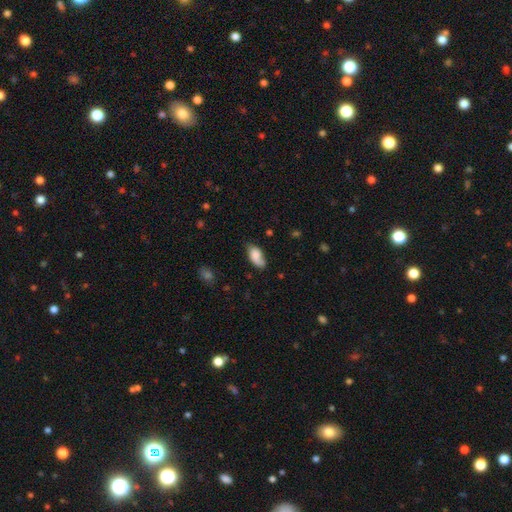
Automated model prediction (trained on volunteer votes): smooth-or-featured: smooth: 77% | featured or disk: 16% | star or artifact: 7%
  how-rounded: in between: 91% | cigar-shaped: 5% | round: 4%
  merging: none: 53% | minor disturbance: 33% | major disturbance: 10% | merger: 3%